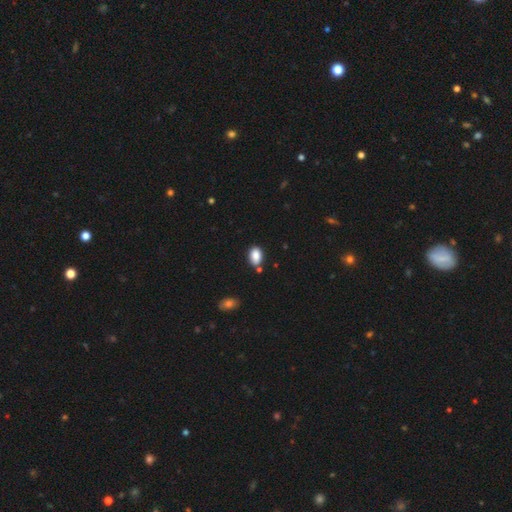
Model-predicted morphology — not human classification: type=smooth (87%); roundness=in between (89%); merging=none (73%).